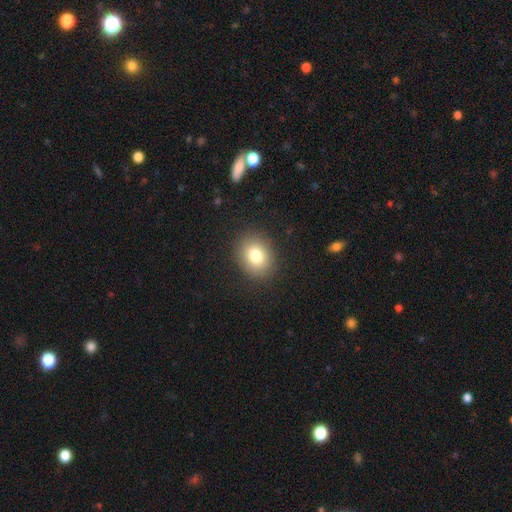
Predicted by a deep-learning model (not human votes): A smooth galaxy with no disk features (80%) that is round (54%).

Vote fractions:
- Smooth or featured? smooth: 80% / star or artifact: 11% / featured or disk: 10%
- How rounded? round: 54% / in between: 45% / cigar-shaped: 1%
- Merging? none: 88% / minor disturbance: 8% / major disturbance: 3% / merger: 1%